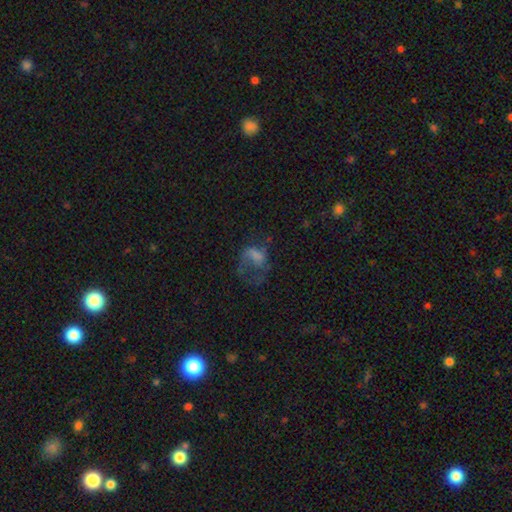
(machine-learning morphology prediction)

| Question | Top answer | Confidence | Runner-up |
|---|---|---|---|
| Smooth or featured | smooth | 42% | featured or disk (39%) |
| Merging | major disturbance | 52% | none (27%) |